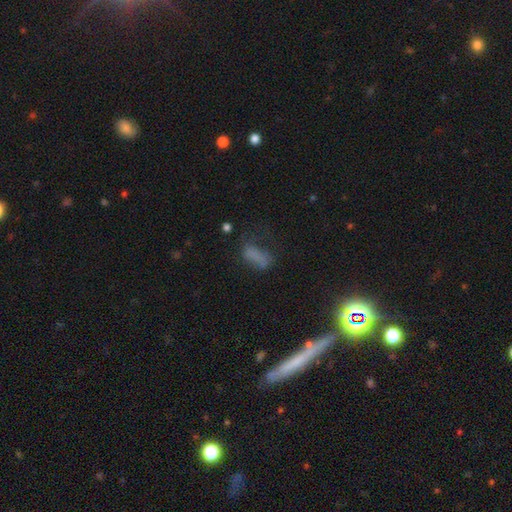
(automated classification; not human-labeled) A smooth galaxy with no disk features (61%) that is in between round and cigar-shaped (74%).

Vote fractions:
- Smooth or featured? smooth: 61% / star or artifact: 21% / featured or disk: 18%
- How rounded? in between: 74% / cigar-shaped: 19% / round: 6%
- Merging? none: 37% / major disturbance: 32% / minor disturbance: 25% / merger: 7%